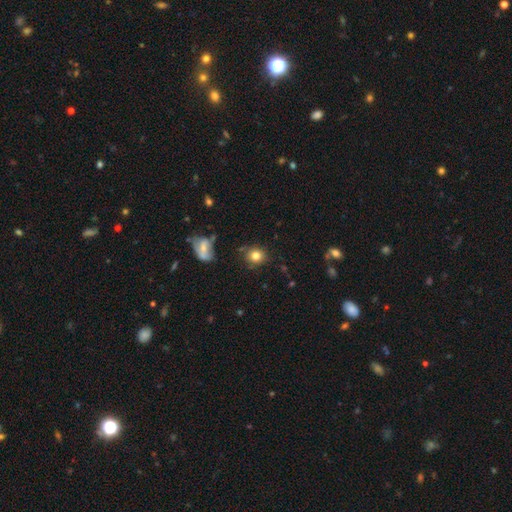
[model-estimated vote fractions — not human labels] The model was most divided on "how rounded": round: 80%, in between: 19%, cigar-shaped: 1%. More confident: smooth or featured — smooth (81%); merging — none (79%).